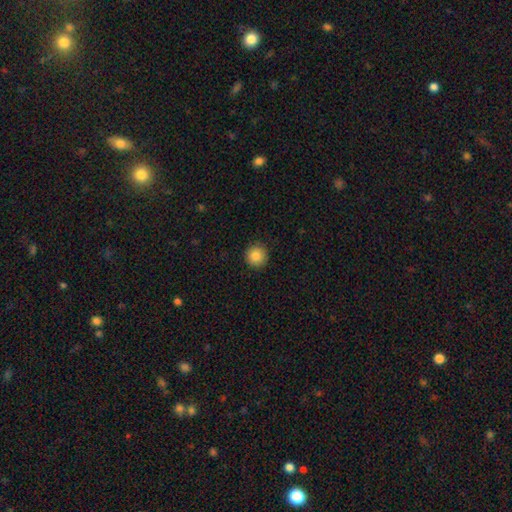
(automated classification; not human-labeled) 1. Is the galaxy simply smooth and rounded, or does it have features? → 86% smooth, 9% star or artifact, 5% featured or disk.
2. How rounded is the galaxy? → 95% round, 4% in between, 1% cigar-shaped.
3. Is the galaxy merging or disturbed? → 92% none, 6% minor disturbance, 2% major disturbance, 1% merger.